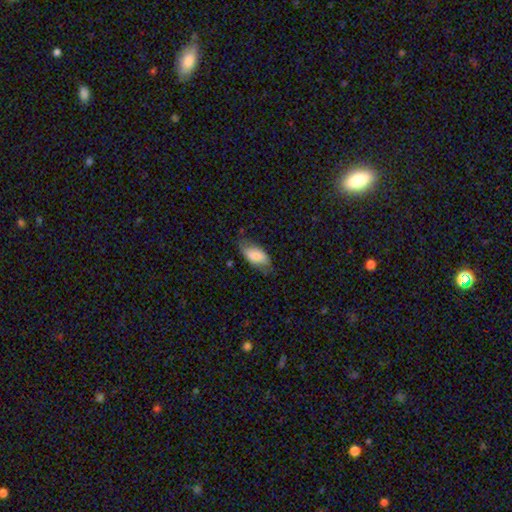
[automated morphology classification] smooth-or-featured: smooth: 79% | featured or disk: 14% | star or artifact: 7%
  how-rounded: in between: 92% | cigar-shaped: 6% | round: 3%
  merging: none: 59% | minor disturbance: 30% | major disturbance: 10% | merger: 2%